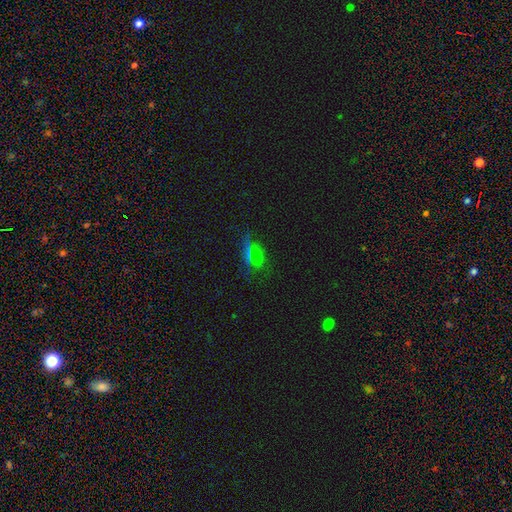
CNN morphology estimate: smooth 51%, star or artifact 38%, featured or disk 12%. Down the decision tree: how rounded — in between (60%); merging — none (68%).